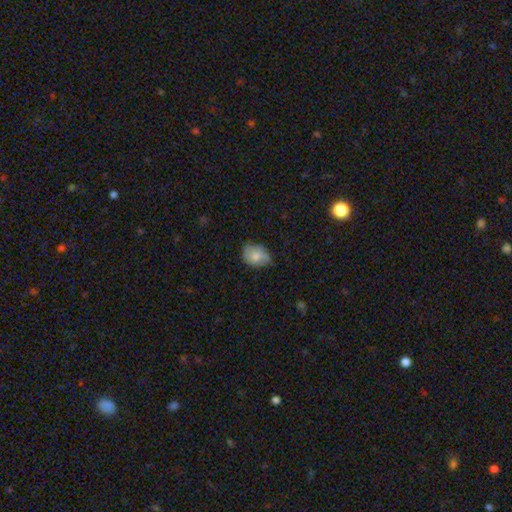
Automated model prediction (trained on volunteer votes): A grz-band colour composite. It shows a smooth galaxy with no disk features (74%) that is in between round and cigar-shaped (63%). Merging: none (67%).